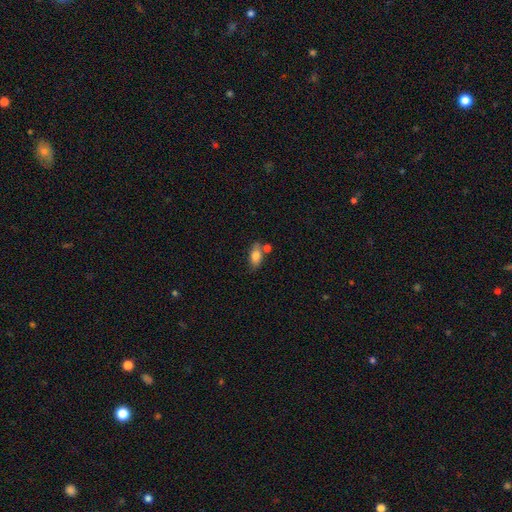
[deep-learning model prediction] Smooth or featured? Predicted: smooth (p=0.81). How rounded? Predicted: in between (p=0.89). Merging? Predicted: none (p=0.59).